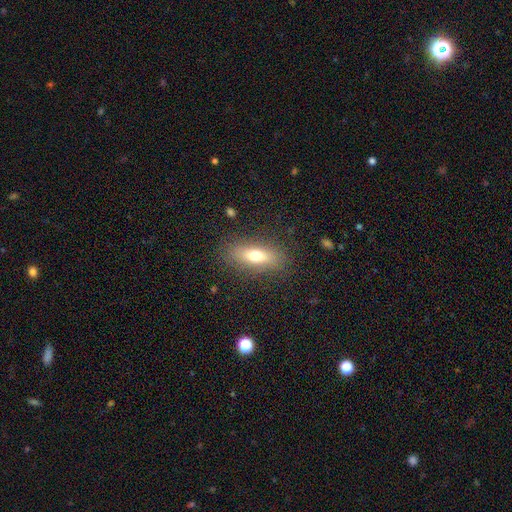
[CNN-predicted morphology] smooth_or_featured: smooth (p=0.68) [alt: featured or disk p=0.23]
how_rounded: in between (p=0.61) [alt: cigar-shaped p=0.35]
merging: none (p=0.84) [alt: minor disturbance p=0.11]